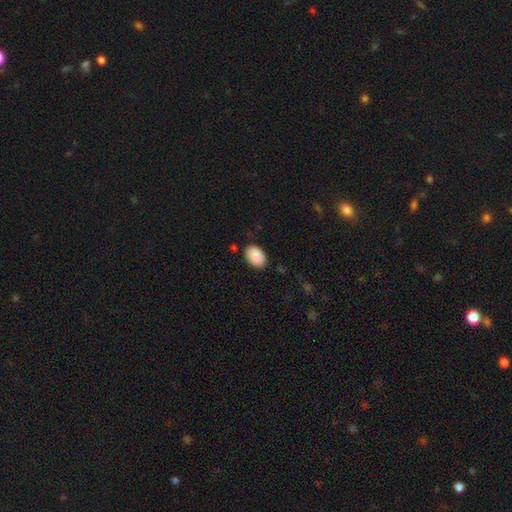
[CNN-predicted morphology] This is clearly a smooth galaxy (90%). How rounded: clearly in between (89%). Merging: clearly none (85%).